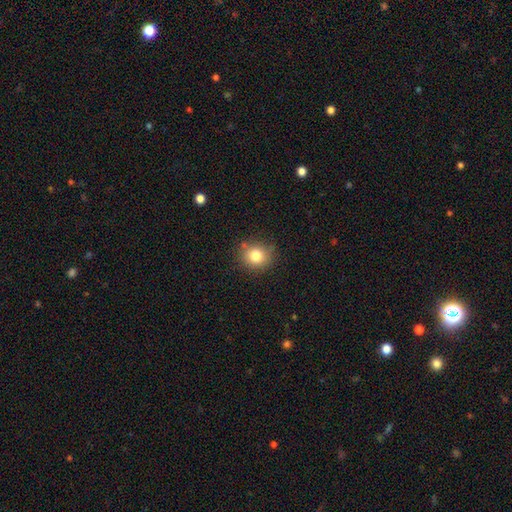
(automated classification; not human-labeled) smooth 81%, star or artifact 11%, featured or disk 8%. Down the decision tree: how rounded — round (83%); merging — none (82%).